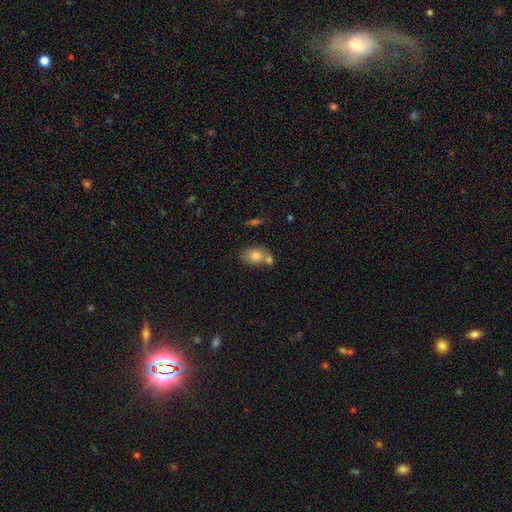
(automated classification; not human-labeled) The model was most divided on "merging": none: 45%, merger: 35%, minor disturbance: 15%, major disturbance: 4%. More confident: smooth or featured — smooth (77%); how rounded — in between (71%).